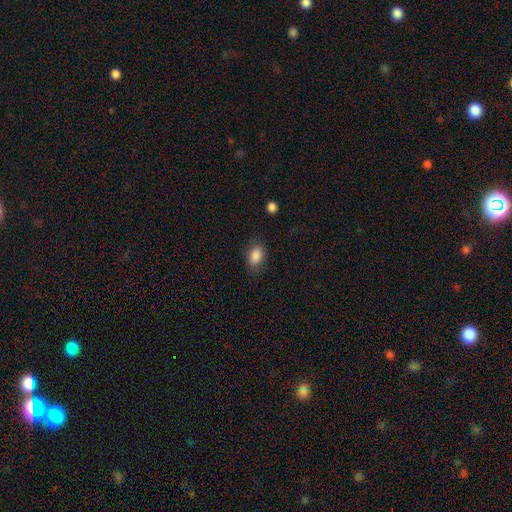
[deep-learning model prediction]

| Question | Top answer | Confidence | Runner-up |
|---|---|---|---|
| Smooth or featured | smooth | 87% | star or artifact (8%) |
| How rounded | in between | 85% | round (14%) |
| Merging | none | 77% | minor disturbance (16%) |